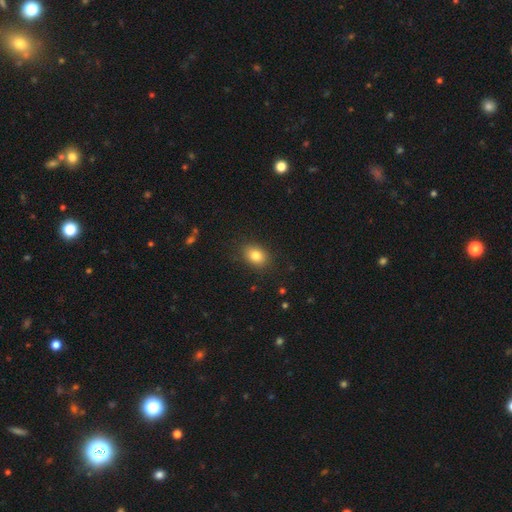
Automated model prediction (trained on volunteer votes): The model was most divided on "how rounded": in between: 65%, round: 34%, cigar-shaped: 1%. More confident: merging — none (86%); smooth or featured — smooth (82%).